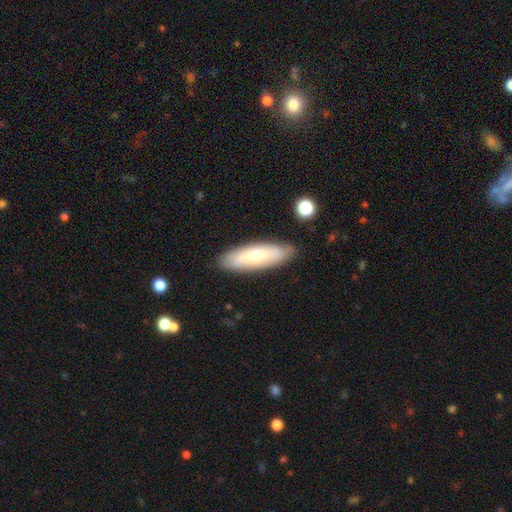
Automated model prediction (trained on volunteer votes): The model was most divided on "how rounded": cigar-shaped: 50%, in between: 48%, round: 2%. More confident: merging — none (85%); smooth or featured — smooth (65%).